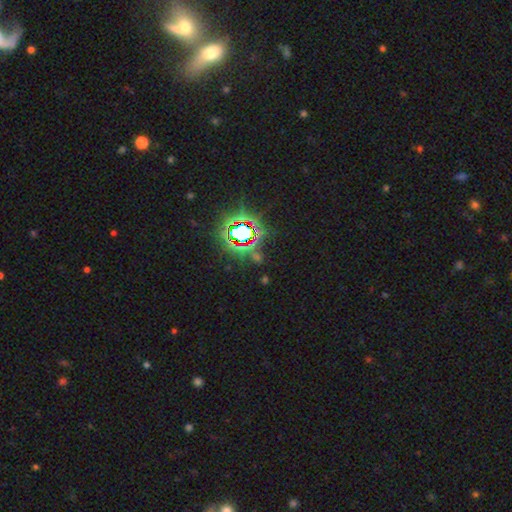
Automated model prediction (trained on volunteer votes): Smooth or featured: star or artifact — 78% (smooth — 14%)